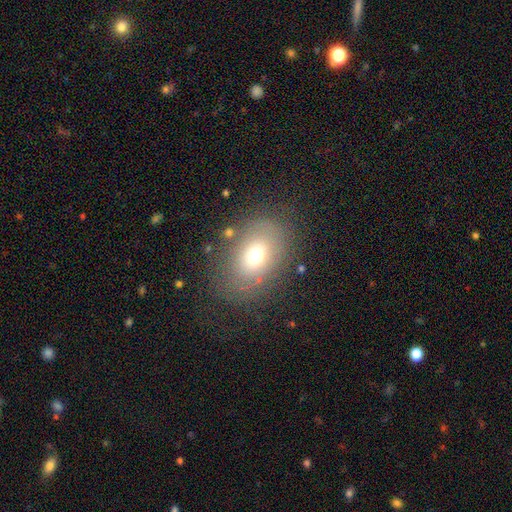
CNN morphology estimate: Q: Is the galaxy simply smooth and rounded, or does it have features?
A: smooth — 64%.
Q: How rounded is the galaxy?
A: in between — 68%.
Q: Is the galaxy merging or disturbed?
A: none — 74%.